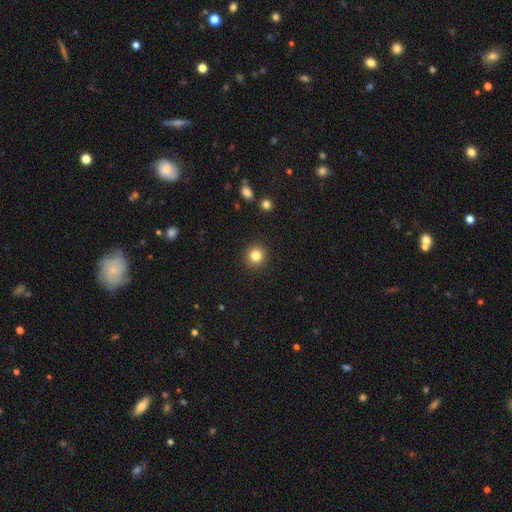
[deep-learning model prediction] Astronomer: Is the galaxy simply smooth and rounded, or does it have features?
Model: smooth — 83%.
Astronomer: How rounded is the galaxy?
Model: round — 92%.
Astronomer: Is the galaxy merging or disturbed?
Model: none — 92%.